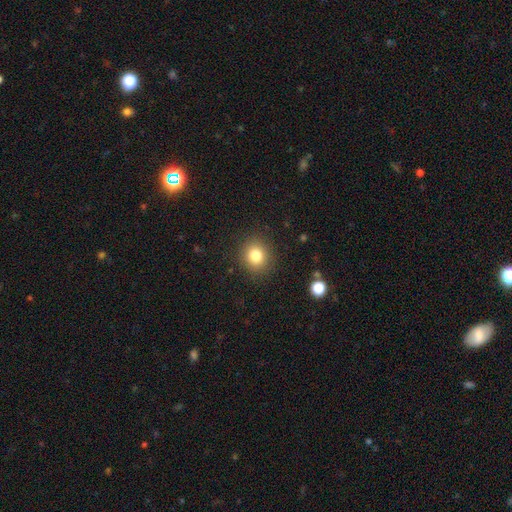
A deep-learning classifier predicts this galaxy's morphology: The model was most divided on "smooth or featured": smooth: 80%, star or artifact: 12%, featured or disk: 8%. More confident: merging — none (89%); how rounded — round (84%).